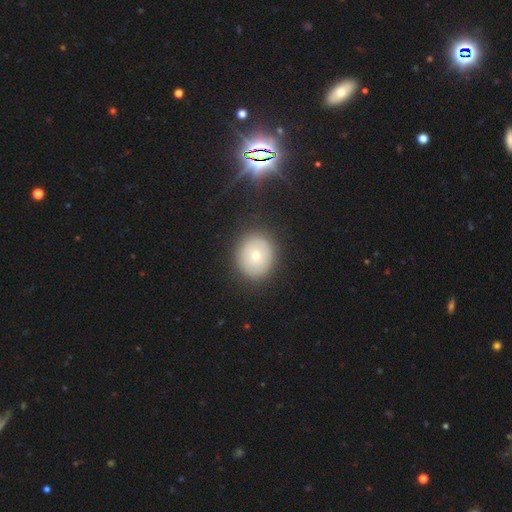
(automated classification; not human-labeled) smooth-or-featured: smooth: 63% | featured or disk: 27% | star or artifact: 10%
  how-rounded: round: 79% | in between: 20% | cigar-shaped: 1%
  merging: none: 86% | minor disturbance: 9% | major disturbance: 3% | merger: 1%